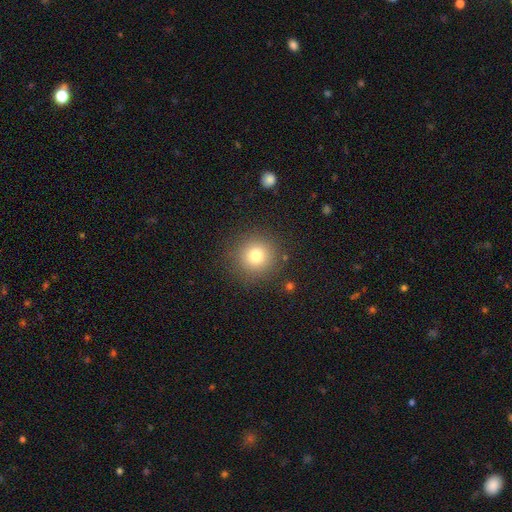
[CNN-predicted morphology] smooth-or-featured: smooth: 77% | star or artifact: 14% | featured or disk: 9%
  how-rounded: round: 95% | in between: 4% | cigar-shaped: 1%
  merging: none: 88% | minor disturbance: 7% | major disturbance: 3% | merger: 2%